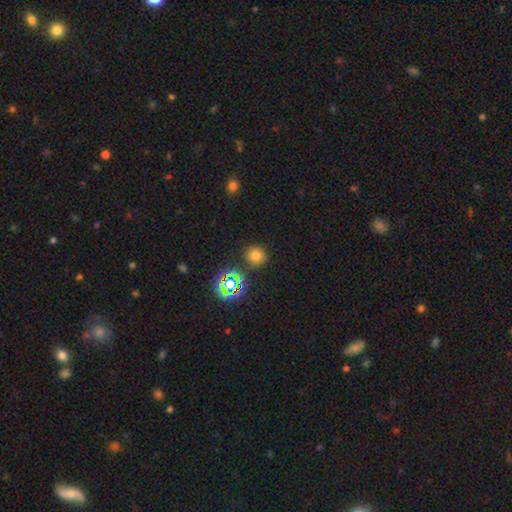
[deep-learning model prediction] Smooth or featured? Predicted: smooth (p=0.71). How rounded? Predicted: round (p=0.89). Merging? Predicted: none (p=0.87).